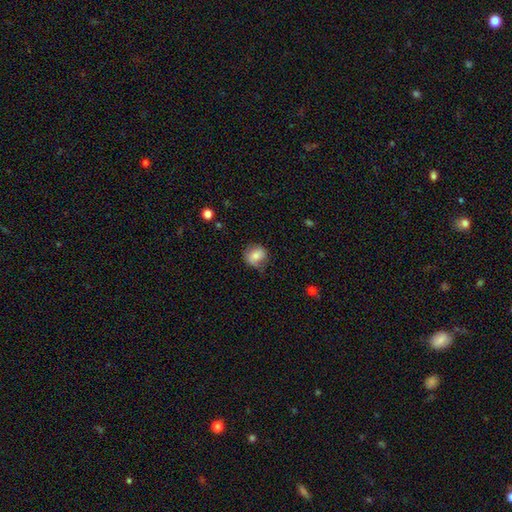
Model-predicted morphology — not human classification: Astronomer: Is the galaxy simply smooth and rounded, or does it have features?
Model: smooth — 73%.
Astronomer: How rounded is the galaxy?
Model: round — 75%.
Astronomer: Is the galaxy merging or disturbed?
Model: none — 63%.